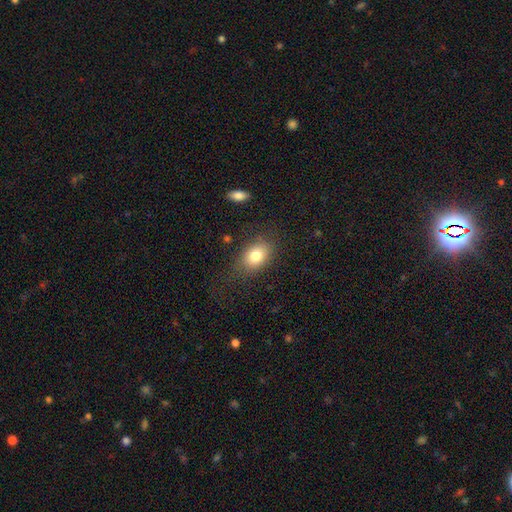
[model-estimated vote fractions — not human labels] smooth-or-featured: smooth: 80% | featured or disk: 11% | star or artifact: 9%
  how-rounded: in between: 77% | round: 21% | cigar-shaped: 1%
  merging: none: 77% | minor disturbance: 15% | major disturbance: 7% | merger: 2%